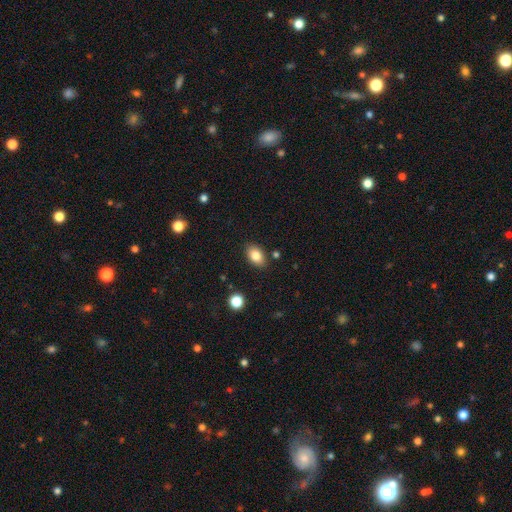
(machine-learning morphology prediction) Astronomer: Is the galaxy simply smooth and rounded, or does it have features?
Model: smooth — 84%.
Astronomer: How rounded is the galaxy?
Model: in between — 86%.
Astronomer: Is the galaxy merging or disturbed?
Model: none — 85%.